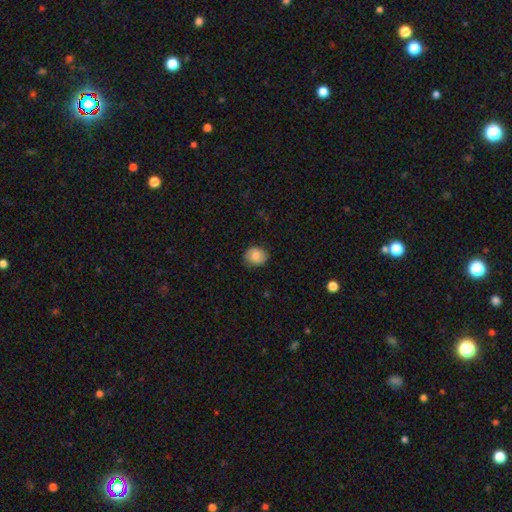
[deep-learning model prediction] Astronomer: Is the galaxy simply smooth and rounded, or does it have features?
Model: smooth — 76%.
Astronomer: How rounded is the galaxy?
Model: round — 64%.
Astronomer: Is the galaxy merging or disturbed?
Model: none — 81%.